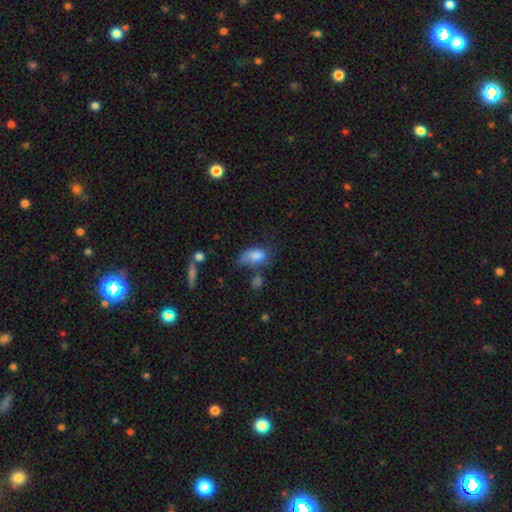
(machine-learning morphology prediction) This is likely a smooth galaxy (73%). How rounded: clearly in between (89%). Merging: marginally none (34%).